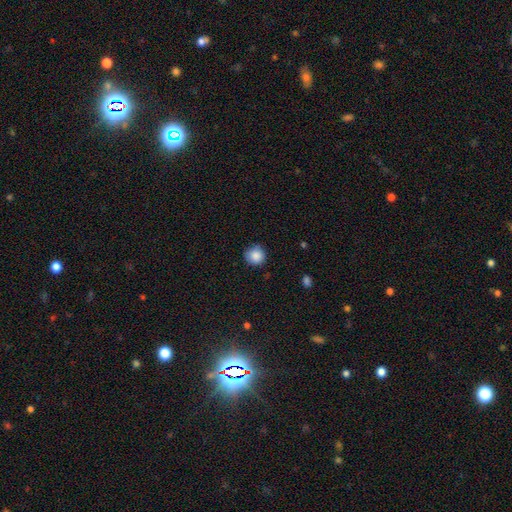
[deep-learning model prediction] smooth-or-featured: smooth: 87% | star or artifact: 9% | featured or disk: 4%
  how-rounded: round: 92% | in between: 7% | cigar-shaped: 1%
  merging: none: 81% | minor disturbance: 15% | major disturbance: 3% | merger: 1%